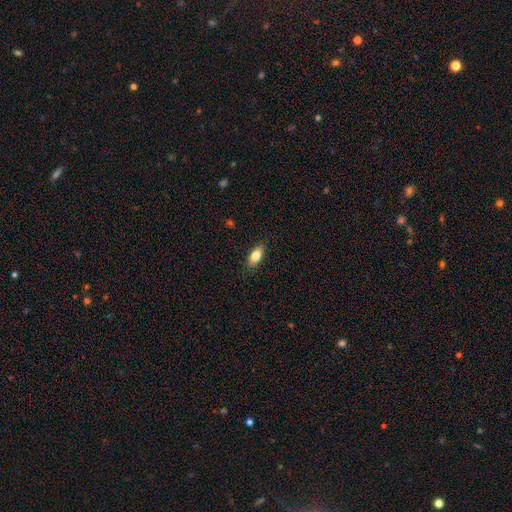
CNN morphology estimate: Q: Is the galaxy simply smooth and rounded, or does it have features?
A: smooth — 81%.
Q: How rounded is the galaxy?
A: in between — 85%.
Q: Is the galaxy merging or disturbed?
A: none — 87%.